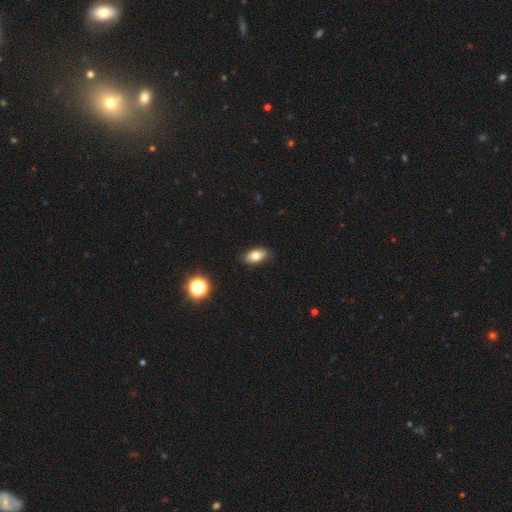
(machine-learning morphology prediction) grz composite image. It shows a smooth galaxy with no disk features (79%) that is in between round and cigar-shaped (89%). Merging: none (86%).